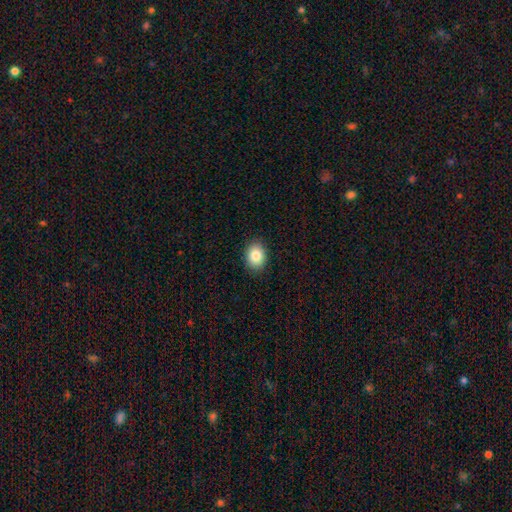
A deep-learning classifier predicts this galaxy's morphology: A smooth galaxy with no disk features (84%) that is in between round and cigar-shaped (62%).

Vote fractions:
- Smooth or featured? smooth: 84% / star or artifact: 9% / featured or disk: 7%
- How rounded? in between: 62% / round: 37% / cigar-shaped: 1%
- Merging? none: 90% / minor disturbance: 8% / major disturbance: 2% / merger: 1%